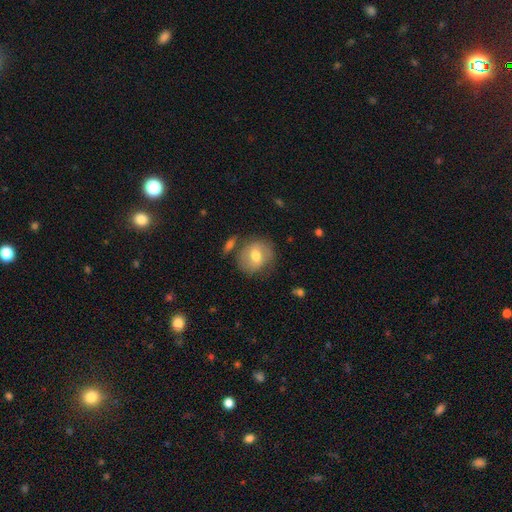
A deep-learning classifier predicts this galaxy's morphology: This appears to be a smooth galaxy with no disk features (59%) that is round (76%). Merging: none (72%).